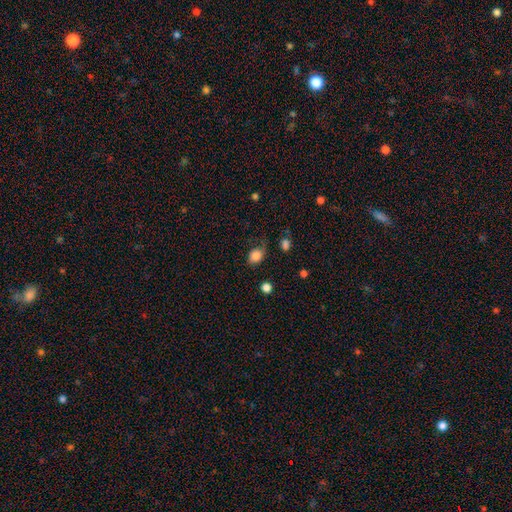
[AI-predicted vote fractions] smooth_or_featured: smooth (p=0.84) [alt: star or artifact p=0.09]
how_rounded: in between (p=0.51) [alt: round p=0.48]
merging: none (p=0.58) [alt: minor disturbance p=0.27]